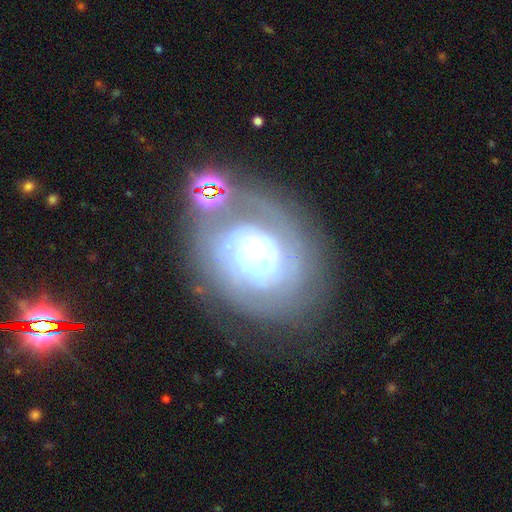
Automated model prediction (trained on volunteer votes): A featured or disk galaxy (76%) with no bar (76%), tight (69%) spiral arms (78%) and a small central bulge (46%). Merging: none (55%).